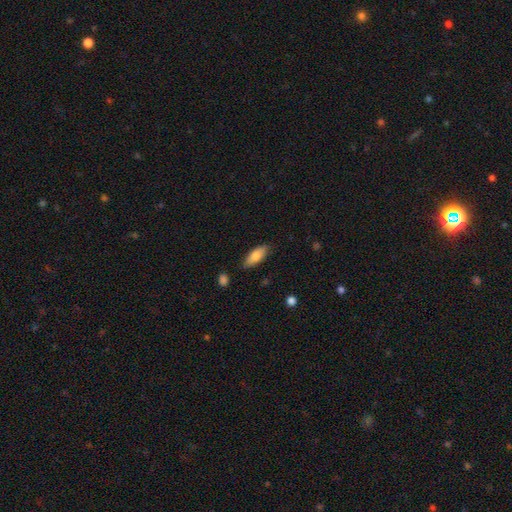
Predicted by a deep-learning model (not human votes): Smooth or featured: smooth — 80% (featured or disk — 14%)
How rounded: in between — 74% (cigar-shaped — 24%)
Merging: none — 84% (minor disturbance — 12%)